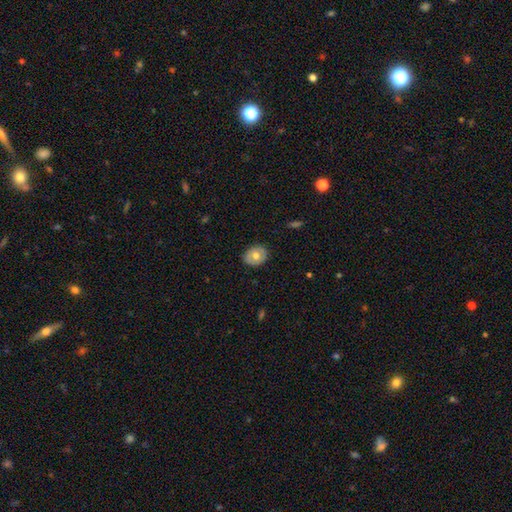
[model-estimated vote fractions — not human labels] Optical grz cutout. It shows a smooth galaxy with no disk features (63%) that is round (53%). Merging: none (86%).